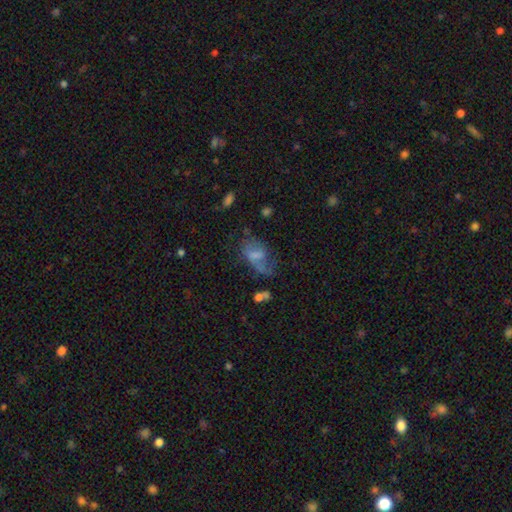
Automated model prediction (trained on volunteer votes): Overall: smooth (46%; featured or disk 41%). Merging: major disturbance (37%; none 32%).